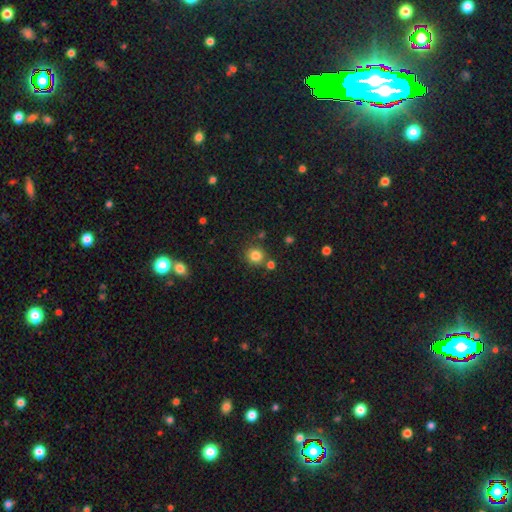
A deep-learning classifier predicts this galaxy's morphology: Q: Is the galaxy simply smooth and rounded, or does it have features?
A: smooth — 83%.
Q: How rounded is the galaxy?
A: round — 88%.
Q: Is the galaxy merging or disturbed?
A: none — 76%.